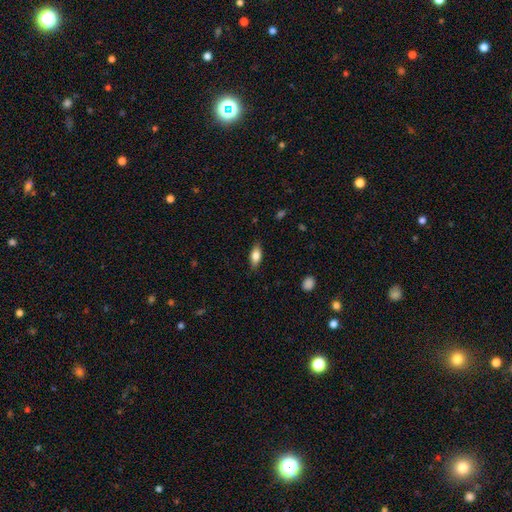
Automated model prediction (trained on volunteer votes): Smooth or featured?
  - smooth: 77% *
  - featured or disk: 16%
  - star or artifact: 7%
How rounded?
  - in between: 82% *
  - cigar-shaped: 14%
  - round: 4%
Merging?
  - none: 84% *
  - minor disturbance: 12%
  - major disturbance: 3%
  - merger: 1%